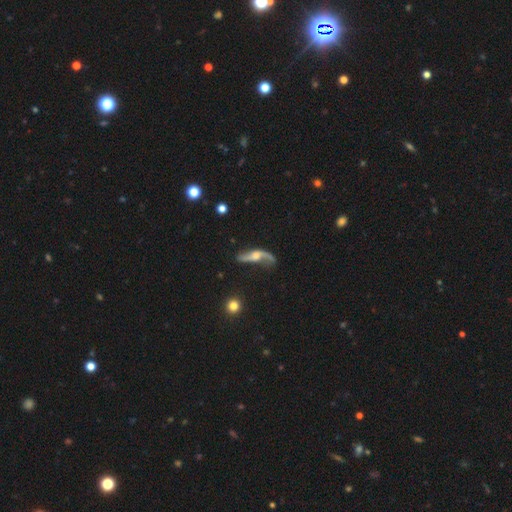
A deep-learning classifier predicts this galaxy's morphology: smooth_or_featured: featured or disk (p=0.82) [alt: smooth p=0.13]
disk_edge_on: no (p=0.80) [alt: yes p=0.20]
bar: no (p=0.60) [alt: weak p=0.29]
has_spiral_arms: yes (p=0.93) [alt: no p=0.07]
spiral_winding: loose (p=0.90) [alt: medium p=0.08]
spiral_arm_count: 2 (p=0.87) [alt: 1 p=0.07]
bulge_size: moderate (p=0.52) [alt: small p=0.34]
merging: none (p=0.55) [alt: minor disturbance p=0.22]